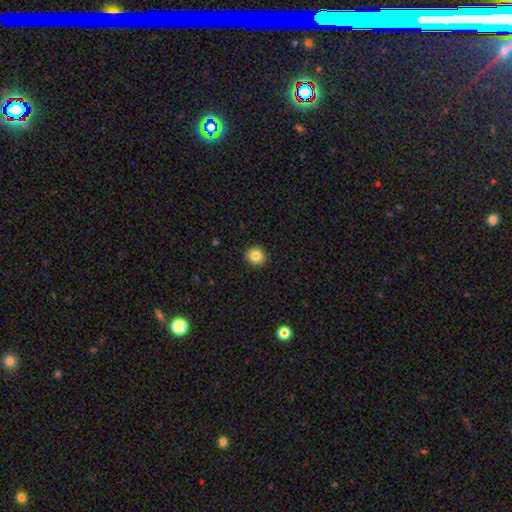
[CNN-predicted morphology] A smooth galaxy with no disk features (85%) that is round (89%).

Vote fractions:
- Smooth or featured? smooth: 85% / star or artifact: 10% / featured or disk: 5%
- How rounded? round: 89% / in between: 10% / cigar-shaped: 1%
- Merging? none: 92% / minor disturbance: 6% / major disturbance: 2% / merger: 1%